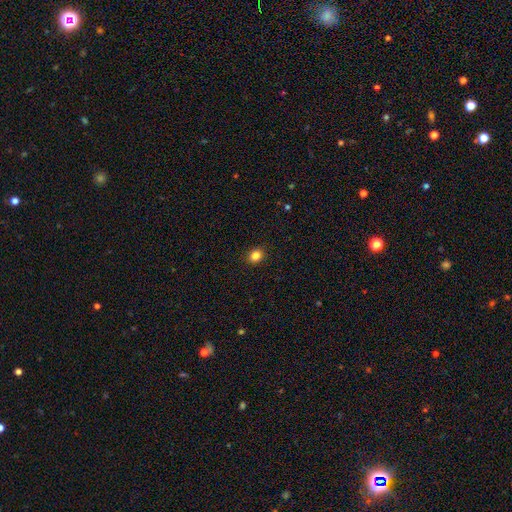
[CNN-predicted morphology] This appears to be a smooth galaxy with no disk features (84%) that is round (67%). Merging: none (92%).